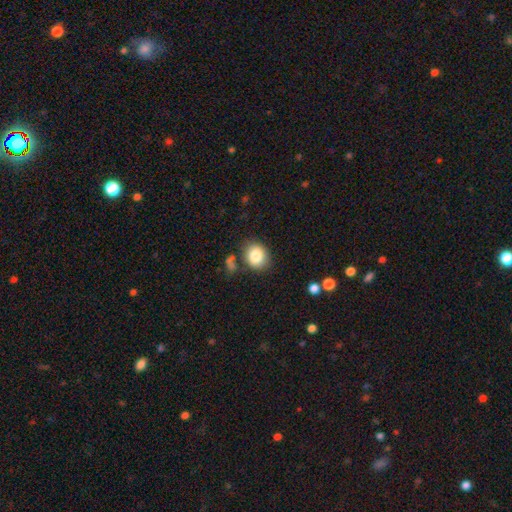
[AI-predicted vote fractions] Smooth or featured?
  - smooth: 84% *
  - star or artifact: 9%
  - featured or disk: 8%
How rounded?
  - round: 66% *
  - in between: 33%
  - cigar-shaped: 1%
Merging?
  - none: 74% *
  - minor disturbance: 14%
  - merger: 7%
  - major disturbance: 5%